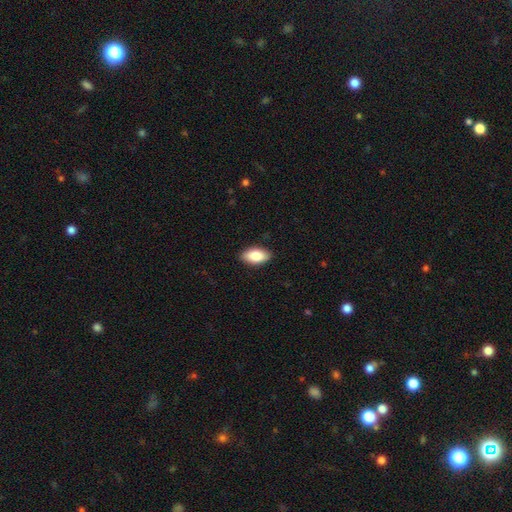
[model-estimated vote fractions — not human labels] Morphology: type=smooth (86%); roundness=in between (93%); merging=none (89%).